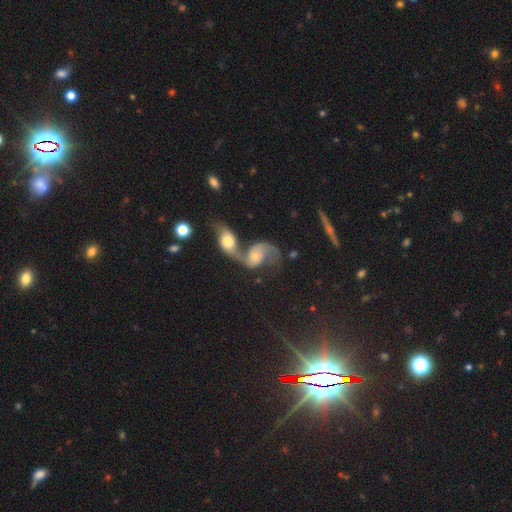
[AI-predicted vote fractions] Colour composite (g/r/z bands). It shows a featured or disk galaxy (74%) with no bar (67%), 2 (82%) loose (67%) spiral arms (91%) and a small central bulge (44%). Merging: merger (75%).